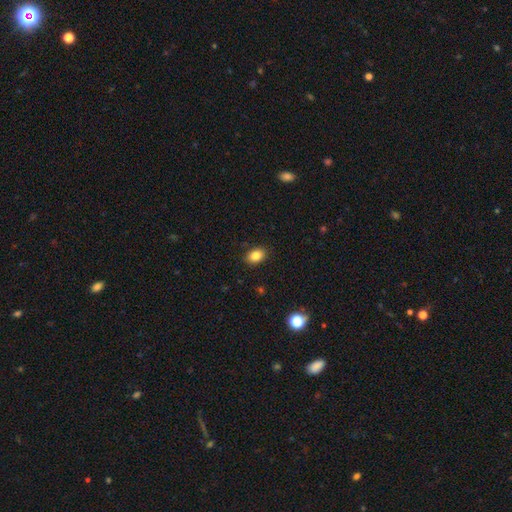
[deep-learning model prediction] Smooth or featured? Predicted: smooth (p=0.84). How rounded? Predicted: in between (p=0.76). Merging? Predicted: none (p=0.89).